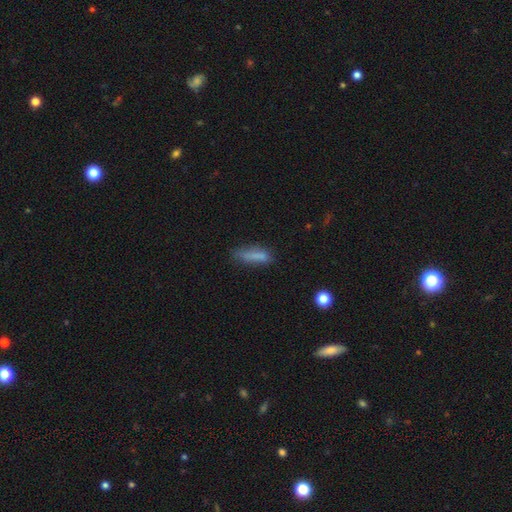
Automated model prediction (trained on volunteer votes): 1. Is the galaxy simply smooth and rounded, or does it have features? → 76% smooth, 15% featured or disk, 9% star or artifact.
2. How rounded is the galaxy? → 70% cigar-shaped, 28% in between, 2% round.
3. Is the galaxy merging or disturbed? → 63% none, 25% minor disturbance, 9% major disturbance, 4% merger.